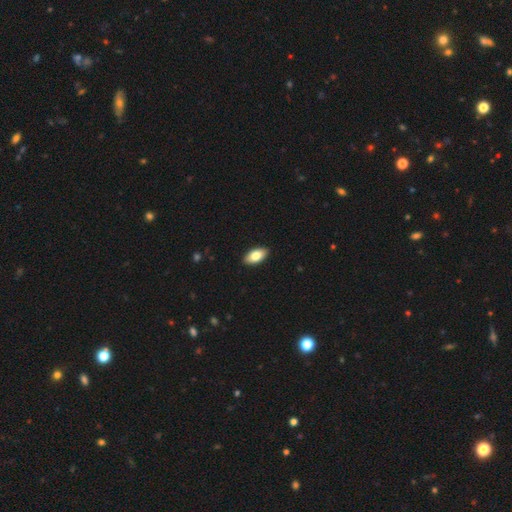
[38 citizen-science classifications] Morphology: type=smooth (79%); roundness=in between (83%); merging=none (92%).